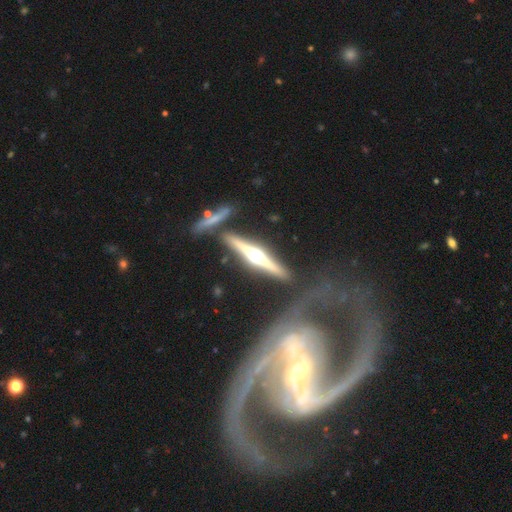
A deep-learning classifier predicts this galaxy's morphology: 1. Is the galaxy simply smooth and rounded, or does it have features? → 82% featured or disk, 12% smooth, 6% star or artifact.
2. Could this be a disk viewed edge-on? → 97% yes, 3% no.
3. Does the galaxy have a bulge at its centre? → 93% rounded, 4% boxy, 2% none.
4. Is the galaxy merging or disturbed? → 78% none, 10% minor disturbance, 8% merger, 4% major disturbance.